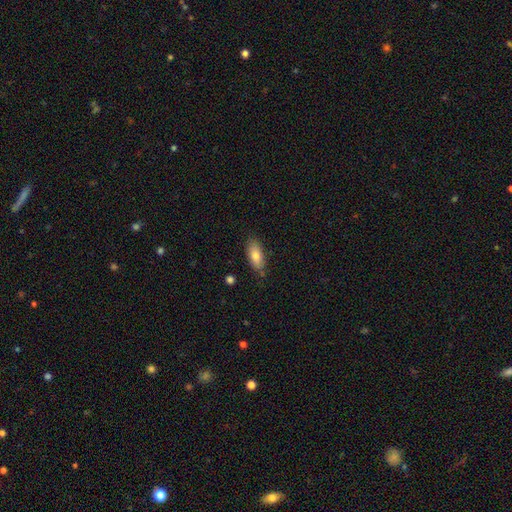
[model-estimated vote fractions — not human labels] This is likely a smooth galaxy (78%). How rounded: clearly in between (84%). Merging: likely none (79%).